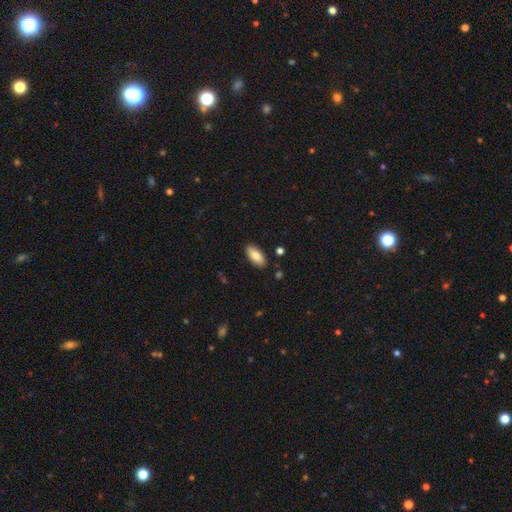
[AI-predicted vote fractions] Morphology: type=smooth (83%); roundness=in between (88%); merging=none (87%).